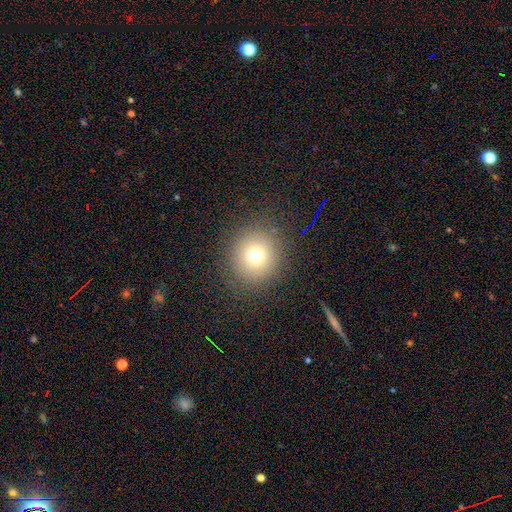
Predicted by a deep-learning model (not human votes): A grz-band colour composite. It shows a smooth galaxy with no disk features (72%) that is round (92%). Merging: none (88%).